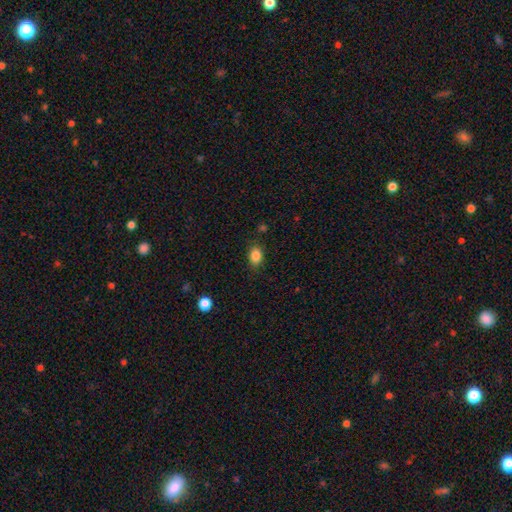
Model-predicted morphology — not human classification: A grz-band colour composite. It shows a smooth galaxy with no disk features (86%) that is in between round and cigar-shaped (74%). Merging: none (84%).